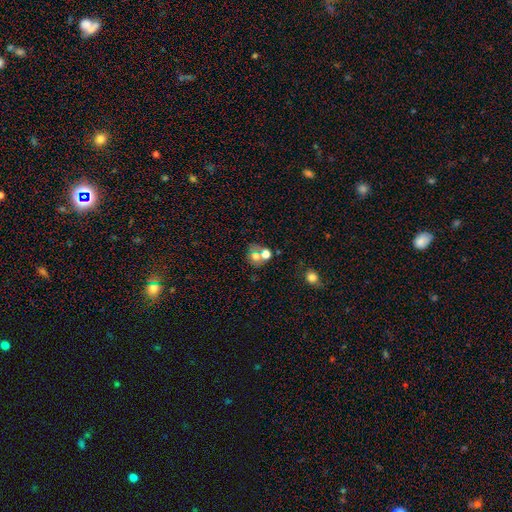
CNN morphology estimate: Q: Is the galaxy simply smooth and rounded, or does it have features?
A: smooth — 62%.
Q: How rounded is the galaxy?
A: round — 73%.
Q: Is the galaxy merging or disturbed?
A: none — 46%.